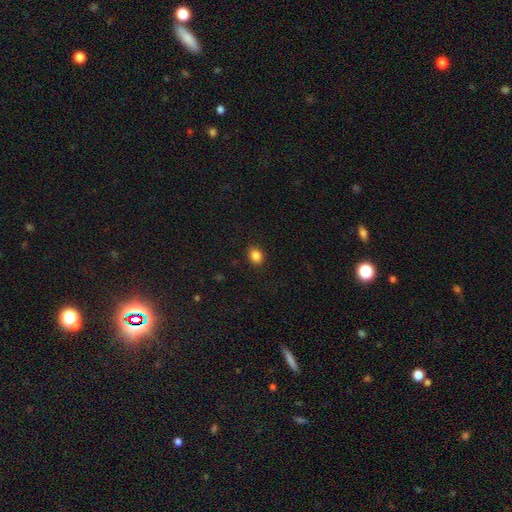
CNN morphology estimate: Q: Smooth or featured?
A: smooth (86%); runner-up: star or artifact (10%)
Q: How rounded?
A: in between (51%); runner-up: round (48%)
Q: Merging?
A: none (90%); runner-up: minor disturbance (7%)